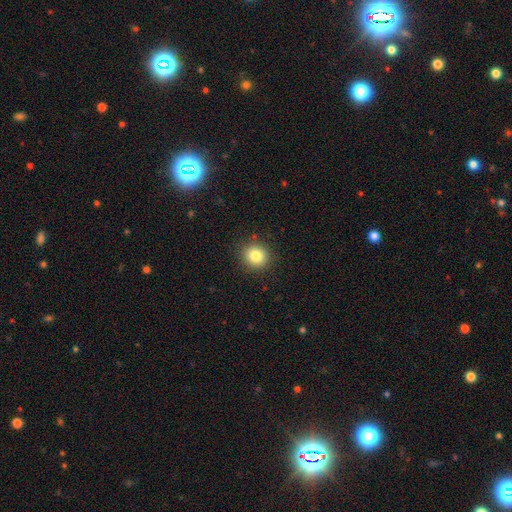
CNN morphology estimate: smooth-or-featured: smooth: 83% | star or artifact: 10% | featured or disk: 6%
  how-rounded: round: 84% | in between: 15% | cigar-shaped: 1%
  merging: none: 90% | minor disturbance: 7% | major disturbance: 2% | merger: 1%